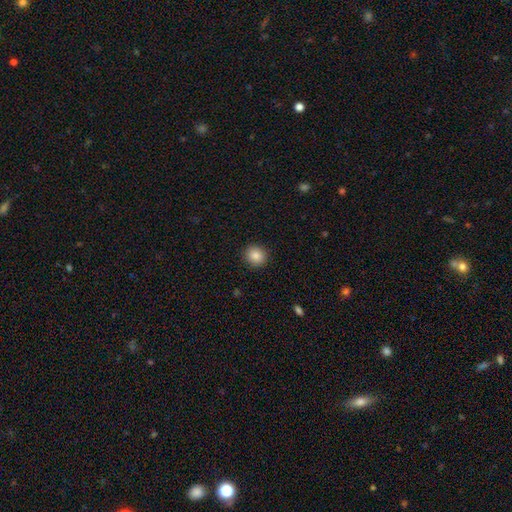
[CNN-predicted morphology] Smooth or featured? Predicted: smooth (p=0.87). How rounded? Predicted: round (p=0.85). Merging? Predicted: none (p=0.91).